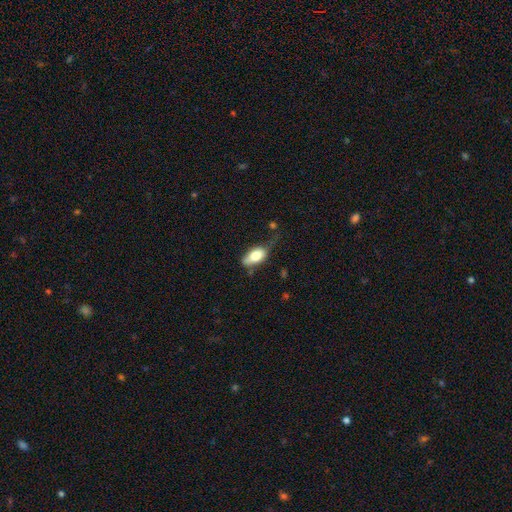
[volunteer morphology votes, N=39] This is likely a smooth galaxy (77%). How rounded: clearly in between (90%). Merging: likely minor disturbance (61%).